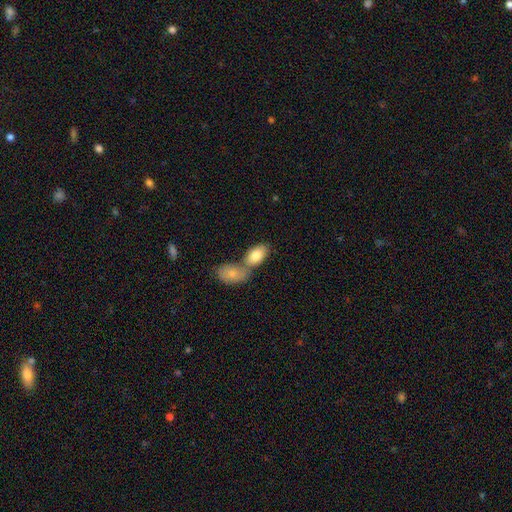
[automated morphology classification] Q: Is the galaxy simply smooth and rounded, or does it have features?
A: smooth — 81%.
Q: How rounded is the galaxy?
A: in between — 92%.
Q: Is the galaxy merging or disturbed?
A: merger — 56%.